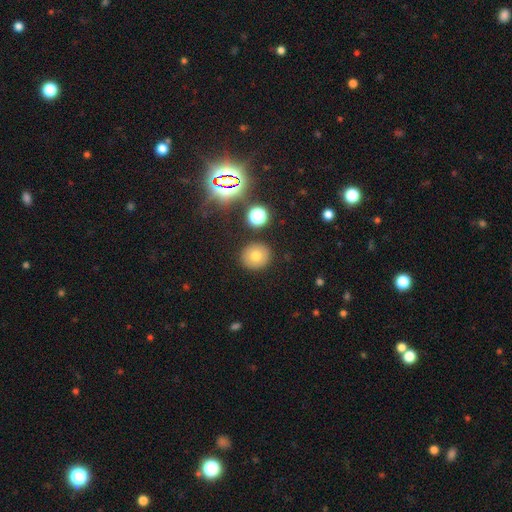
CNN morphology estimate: Smooth or featured? Predicted: smooth (p=0.72). How rounded? Predicted: round (p=0.84). Merging? Predicted: none (p=0.88).